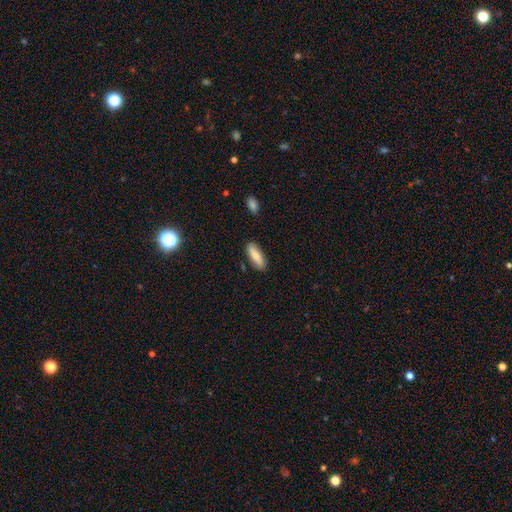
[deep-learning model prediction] Smooth or featured? Predicted: smooth (p=0.73). How rounded? Predicted: in between (p=0.58). Merging? Predicted: none (p=0.85).